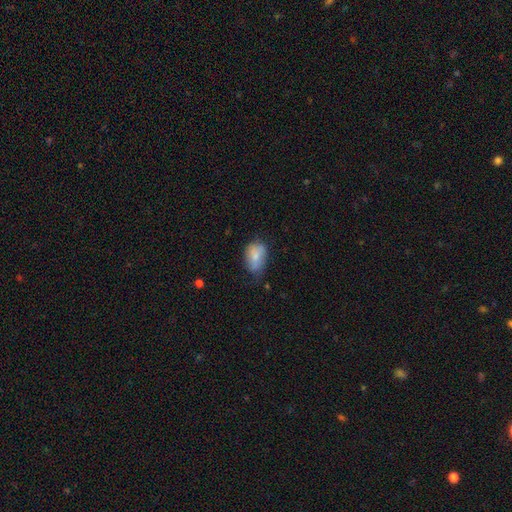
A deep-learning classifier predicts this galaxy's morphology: This appears to be a smooth galaxy with no disk features (77%) that is in between round and cigar-shaped (85%). Merging: none (48%).